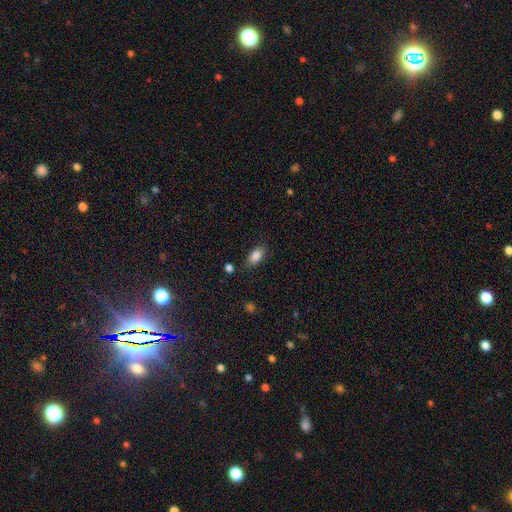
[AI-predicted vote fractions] Smooth or featured: smooth — 86% (star or artifact — 9%)
How rounded: in between — 90% (round — 7%)
Merging: none — 79% (minor disturbance — 14%)